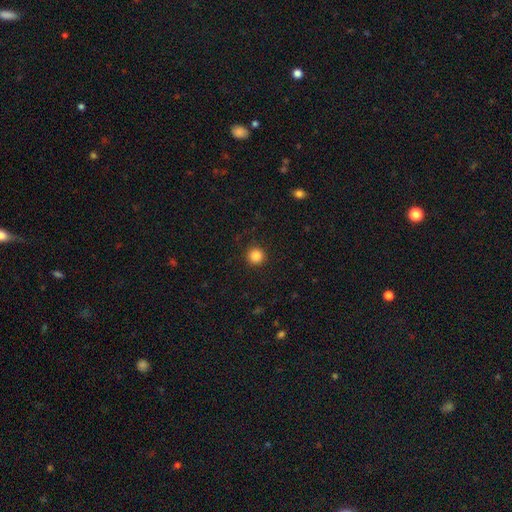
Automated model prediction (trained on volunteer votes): smooth_or_featured: smooth (p=0.86) [alt: star or artifact p=0.11]
how_rounded: round (p=0.95) [alt: in between p=0.04]
merging: none (p=0.91) [alt: minor disturbance p=0.06]